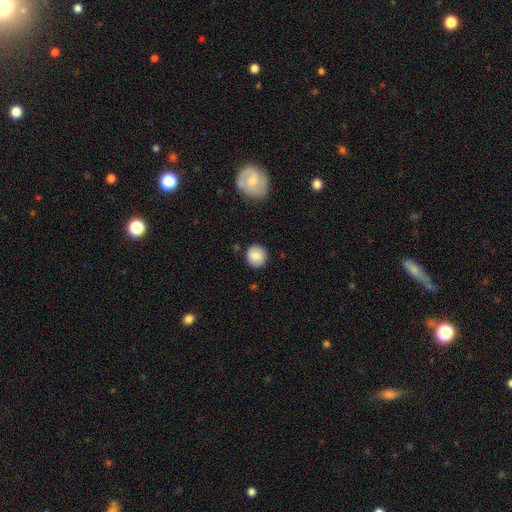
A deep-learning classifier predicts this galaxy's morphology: type=smooth (83%); roundness=round (90%); merging=none (87%).